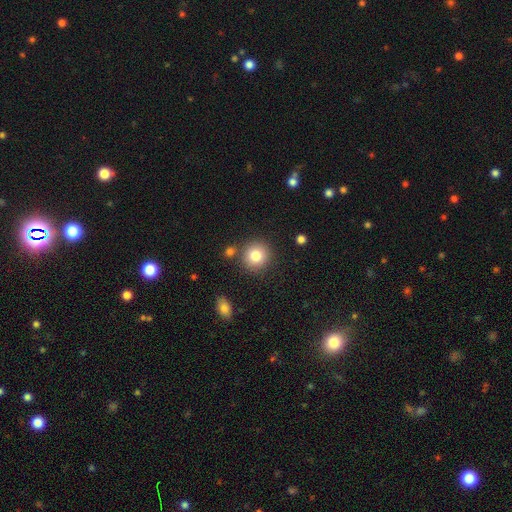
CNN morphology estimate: Smooth or featured? smooth (81%)
How rounded? round (91%)
Merging? none (82%)